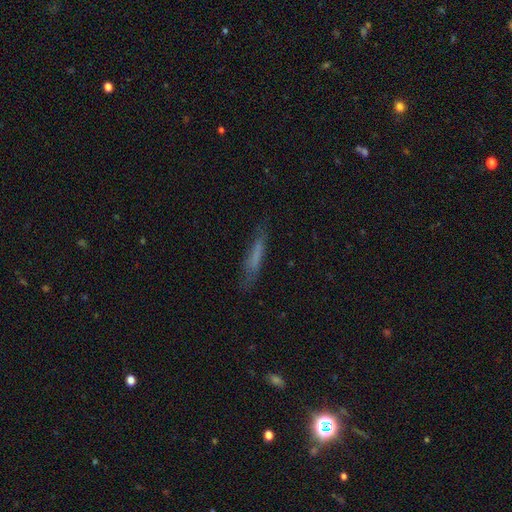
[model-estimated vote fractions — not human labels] Smooth or featured?
  - smooth: 58% *
  - featured or disk: 33%
  - star or artifact: 10%
How rounded?
  - cigar-shaped: 90% *
  - in between: 9%
  - round: 2%
Merging?
  - none: 75% *
  - minor disturbance: 18%
  - major disturbance: 6%
  - merger: 2%